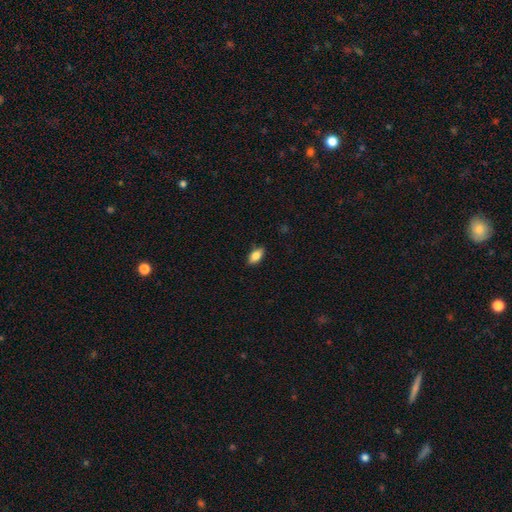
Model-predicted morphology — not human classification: Overall: smooth (83%). How rounded: in between (90%). Merging: none (86%).